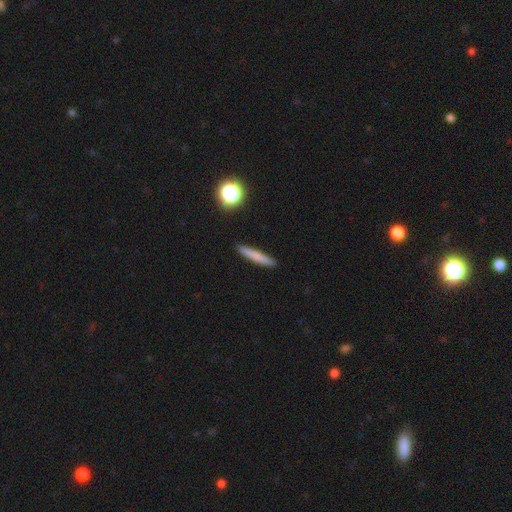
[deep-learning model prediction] smooth_or_featured: smooth (p=0.73) [alt: featured or disk p=0.19]
how_rounded: cigar-shaped (p=0.94) [alt: in between p=0.04]
merging: none (p=0.91) [alt: minor disturbance p=0.06]